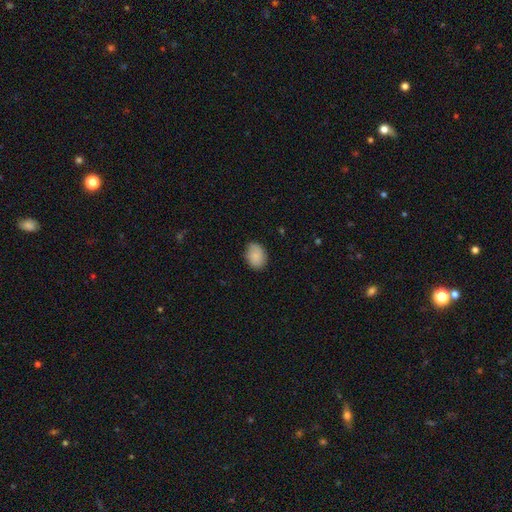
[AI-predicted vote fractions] Morphology: type=smooth (87%); roundness=in between (70%); merging=none (79%).